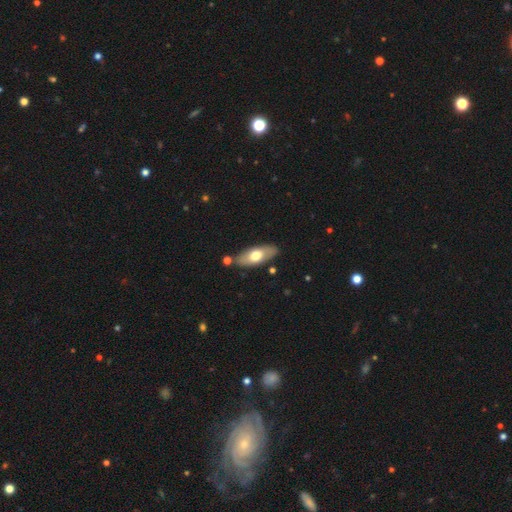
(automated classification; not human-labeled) A smooth galaxy with no disk features (61%) that is in between round and cigar-shaped (77%).

Vote fractions:
- Smooth or featured? smooth: 61% / featured or disk: 34% / star or artifact: 5%
- How rounded? in between: 77% / cigar-shaped: 20% / round: 3%
- Merging? none: 81% / minor disturbance: 11% / merger: 5% / major disturbance: 3%